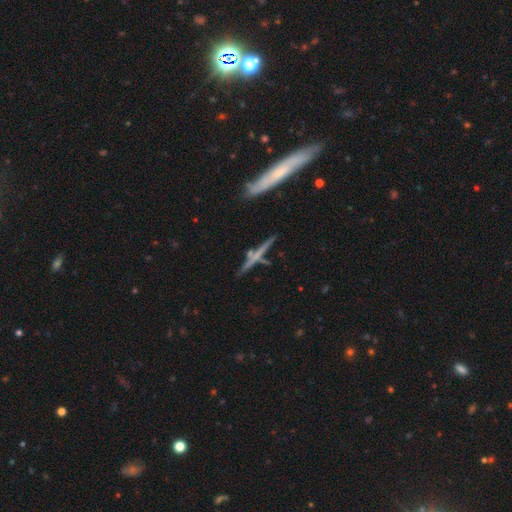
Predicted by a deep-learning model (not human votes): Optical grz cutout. It shows a featured or disk galaxy (54%) viewed edge-on (94%) with no central bulge (69%). Merging: none (72%).